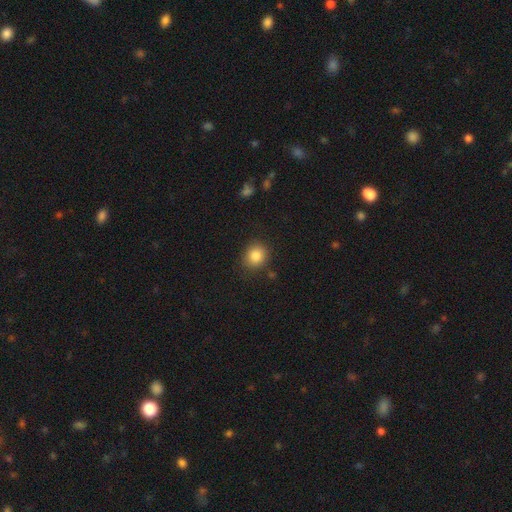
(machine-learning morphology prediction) type=smooth (85%); roundness=round (78%); merging=none (84%).